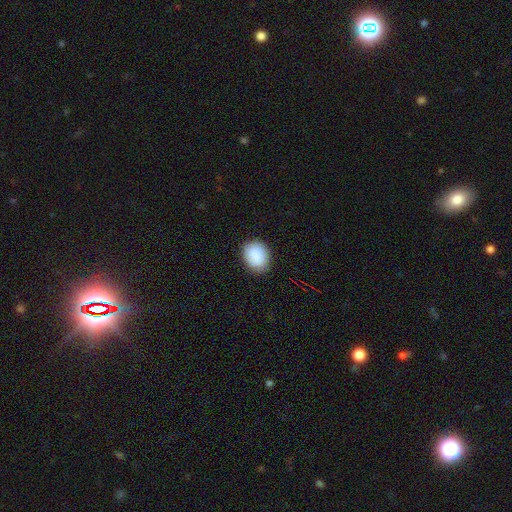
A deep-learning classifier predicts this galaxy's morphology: type=smooth (88%); roundness=in between (50%); merging=none (85%).